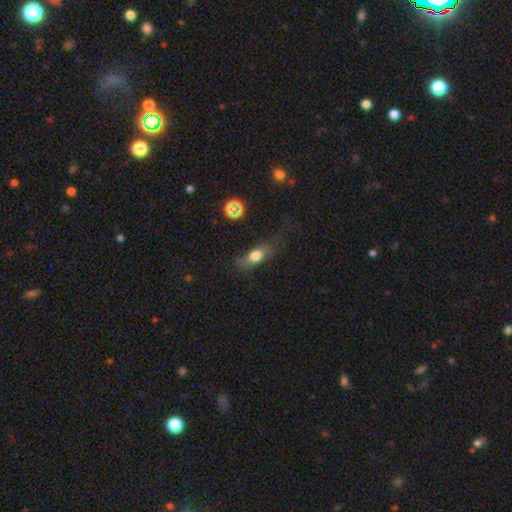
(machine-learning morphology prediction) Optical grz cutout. It shows a smooth galaxy with no disk features (69%) that is in between round and cigar-shaped (67%). Merging: none (55%).